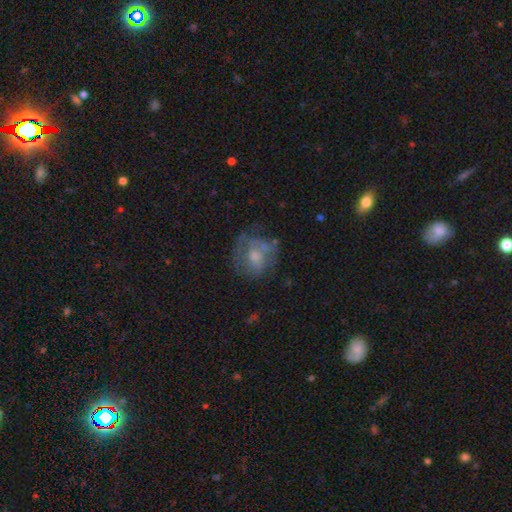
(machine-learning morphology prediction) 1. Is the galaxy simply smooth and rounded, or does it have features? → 46% smooth, 44% featured or disk, 10% star or artifact.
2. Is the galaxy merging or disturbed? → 51% none, 25% minor disturbance, 21% major disturbance, 4% merger.